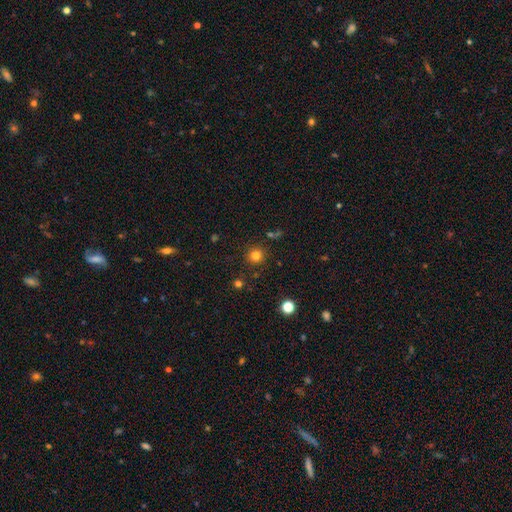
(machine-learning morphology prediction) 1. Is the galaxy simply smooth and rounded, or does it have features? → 80% smooth, 15% star or artifact, 5% featured or disk.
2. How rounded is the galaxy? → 93% round, 6% in between, 1% cigar-shaped.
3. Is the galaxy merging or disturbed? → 88% none, 7% minor disturbance, 3% merger, 2% major disturbance.